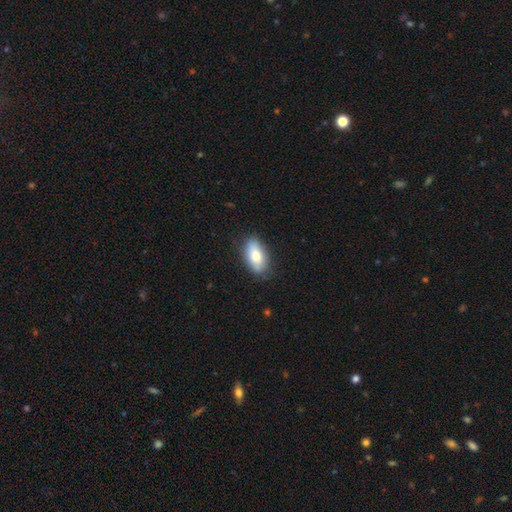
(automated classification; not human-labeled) Smooth or featured: smooth — 78% (featured or disk — 16%)
How rounded: in between — 89% (cigar-shaped — 8%)
Merging: none — 82% (minor disturbance — 14%)